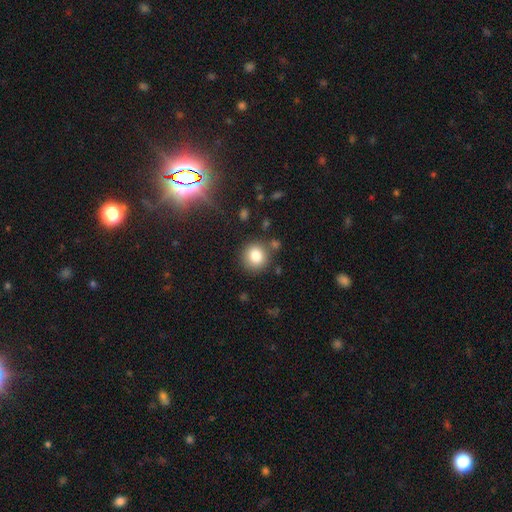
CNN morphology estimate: Q: Smooth or featured?
A: smooth (82%); runner-up: star or artifact (11%)
Q: How rounded?
A: round (85%); runner-up: in between (14%)
Q: Merging?
A: none (80%); runner-up: minor disturbance (10%)